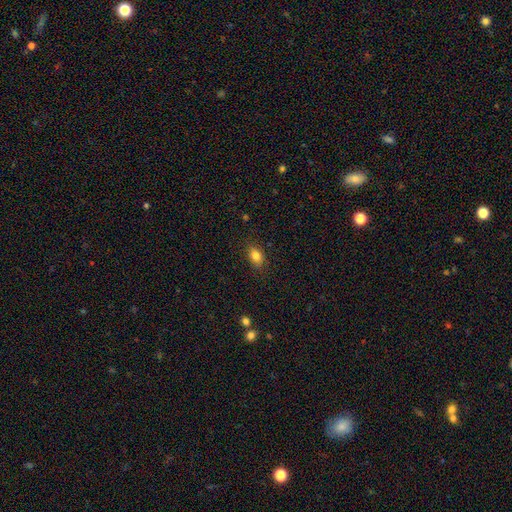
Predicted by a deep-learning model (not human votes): Smooth or featured?
  - smooth: 83% *
  - star or artifact: 10%
  - featured or disk: 8%
How rounded?
  - in between: 82% *
  - round: 16%
  - cigar-shaped: 3%
Merging?
  - none: 84% *
  - minor disturbance: 12%
  - major disturbance: 3%
  - merger: 1%